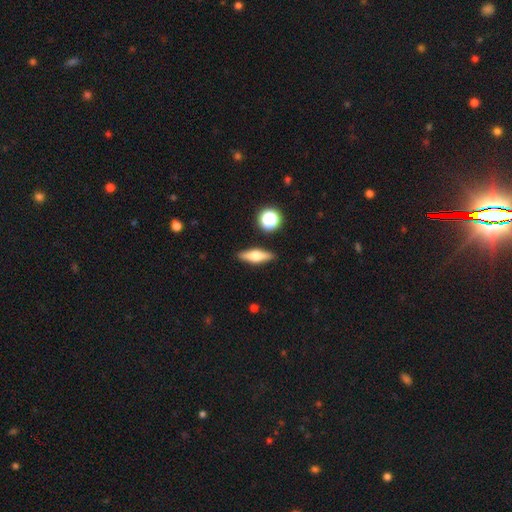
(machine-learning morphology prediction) The model was most divided on "smooth or featured": featured or disk: 48%, smooth: 44%, star or artifact: 8%. More confident: merging — none (88%).